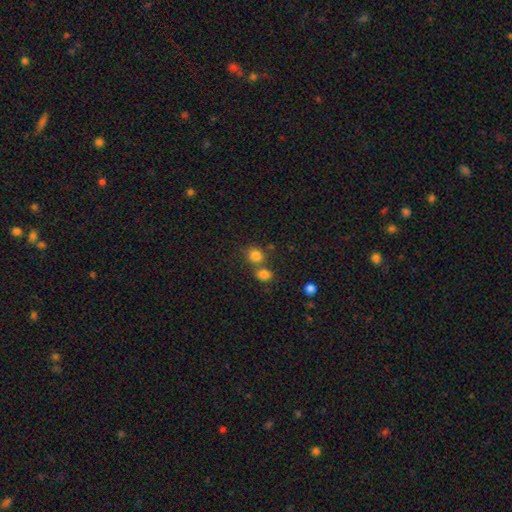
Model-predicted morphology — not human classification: smooth_or_featured: smooth (p=0.81) [alt: star or artifact p=0.12]
how_rounded: round (p=0.75) [alt: in between p=0.24]
merging: none (p=0.55) [alt: merger p=0.34]